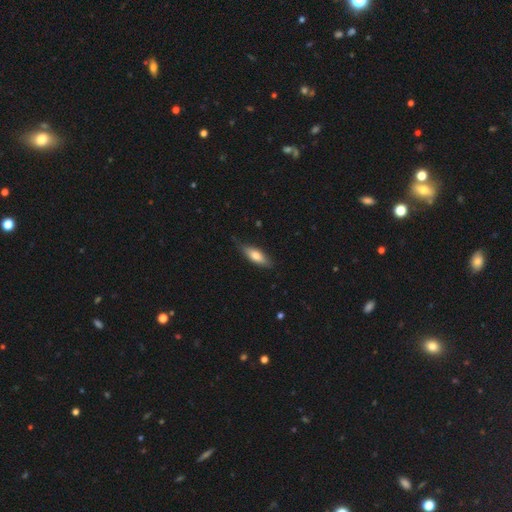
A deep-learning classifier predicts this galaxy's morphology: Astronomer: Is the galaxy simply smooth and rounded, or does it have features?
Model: smooth — 72%.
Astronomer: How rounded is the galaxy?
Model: in between — 59% (runner-up: cigar-shaped, 39%).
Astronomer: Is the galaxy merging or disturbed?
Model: none — 76%.